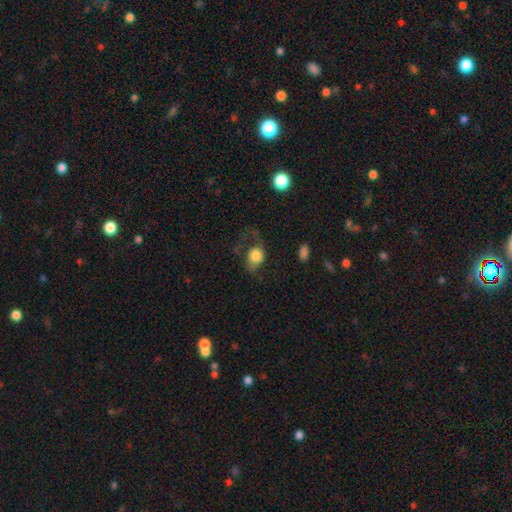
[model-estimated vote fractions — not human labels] Smooth or featured? Predicted: smooth (p=0.73). How rounded? Predicted: round (p=0.57). Merging? Predicted: major disturbance (p=0.38).